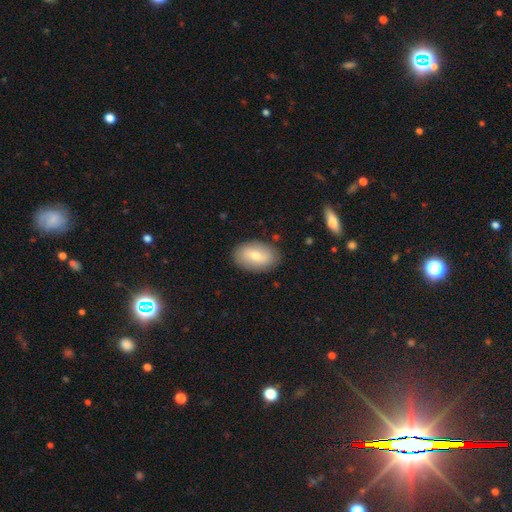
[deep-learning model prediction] smooth-or-featured: smooth: 69% | featured or disk: 24% | star or artifact: 7%
  how-rounded: in between: 89% | round: 10% | cigar-shaped: 1%
  merging: none: 86% | minor disturbance: 10% | major disturbance: 3% | merger: 1%